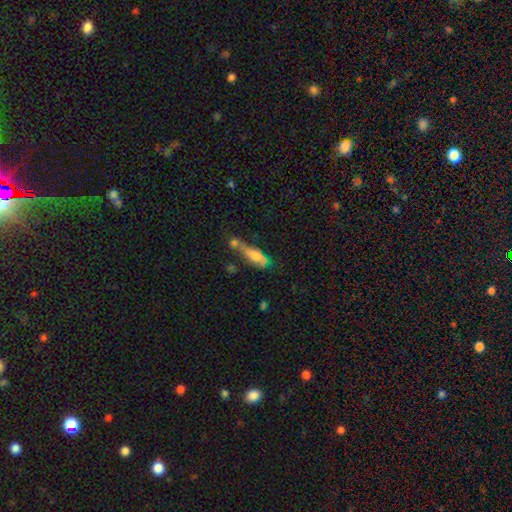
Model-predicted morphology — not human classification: This appears to be a smooth galaxy with no disk features (51%) that is cigar-shaped (56%). Merging: merger (33%, tied with none).